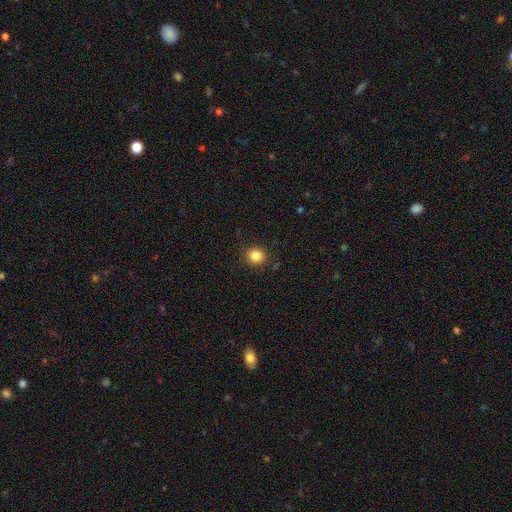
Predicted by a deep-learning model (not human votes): Smooth or featured?
  - smooth: 85% *
  - star or artifact: 11%
  - featured or disk: 5%
How rounded?
  - round: 83% *
  - in between: 16%
  - cigar-shaped: 1%
Merging?
  - none: 88% *
  - minor disturbance: 8%
  - major disturbance: 2%
  - merger: 1%